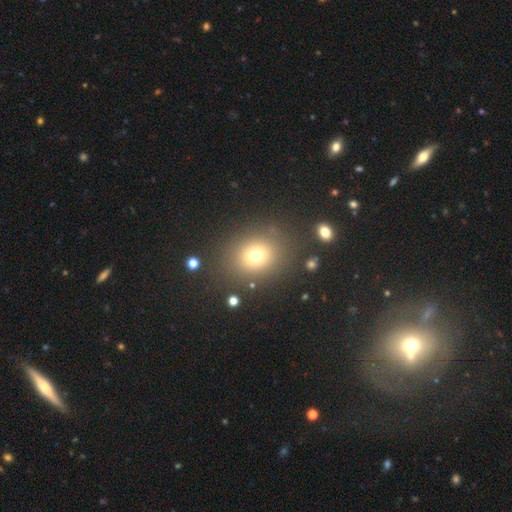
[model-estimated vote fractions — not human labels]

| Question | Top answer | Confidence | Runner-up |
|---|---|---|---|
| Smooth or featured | smooth | 72% | star or artifact (18%) |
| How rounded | round | 61% | in between (38%) |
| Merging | none | 82% | minor disturbance (9%) |